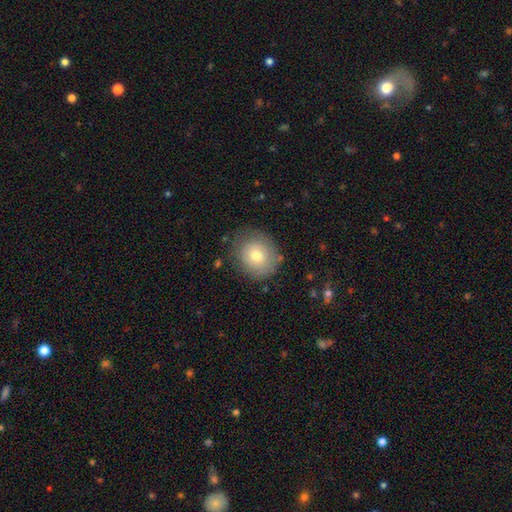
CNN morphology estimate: A smooth galaxy with no disk features (74%) that is round (79%). Merging: none (79%).